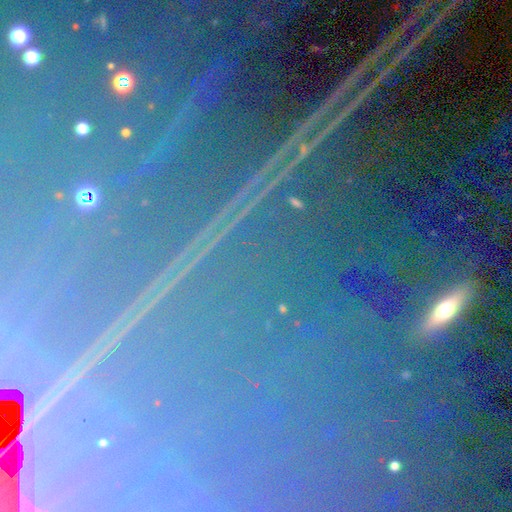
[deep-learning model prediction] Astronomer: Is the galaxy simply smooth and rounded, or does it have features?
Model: star or artifact — 84%.